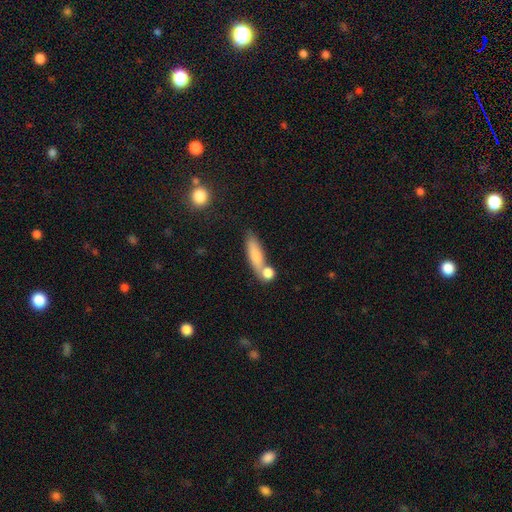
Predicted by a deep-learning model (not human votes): A smooth galaxy with no disk features (76%) that is cigar-shaped (54%).

Vote fractions:
- Smooth or featured? smooth: 76% / featured or disk: 17% / star or artifact: 7%
- How rounded? cigar-shaped: 54% / in between: 40% / round: 6%
- Merging? none: 54% / merger: 28% / minor disturbance: 14% / major disturbance: 5%